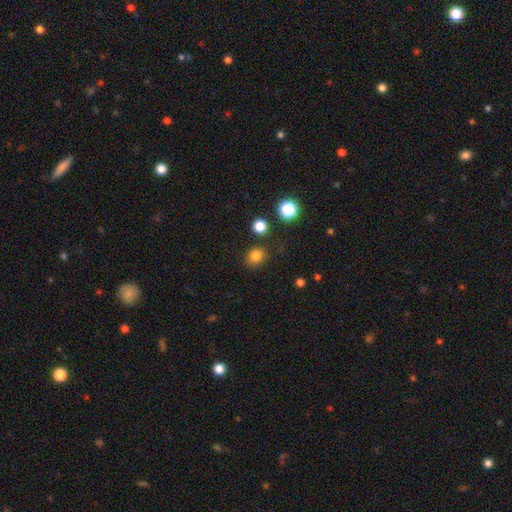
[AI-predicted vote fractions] Overall: smooth (81%). How rounded: round (71%). Merging: none (84%).